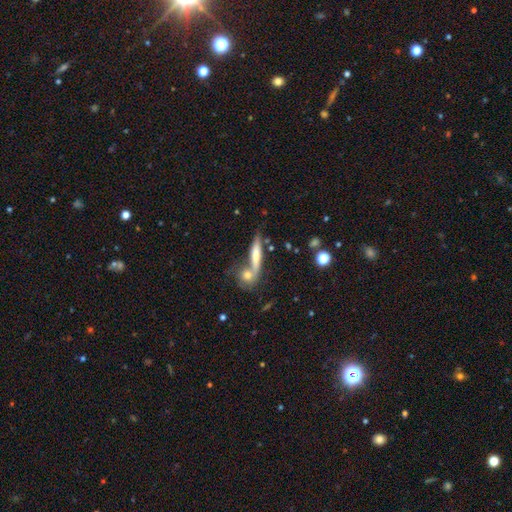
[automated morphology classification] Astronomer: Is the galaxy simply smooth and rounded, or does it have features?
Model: smooth — 53% (runner-up: featured or disk, 38%).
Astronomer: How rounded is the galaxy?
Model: cigar-shaped — 80%.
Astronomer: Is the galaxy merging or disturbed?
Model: none — 53% (runner-up: merger, 31%).